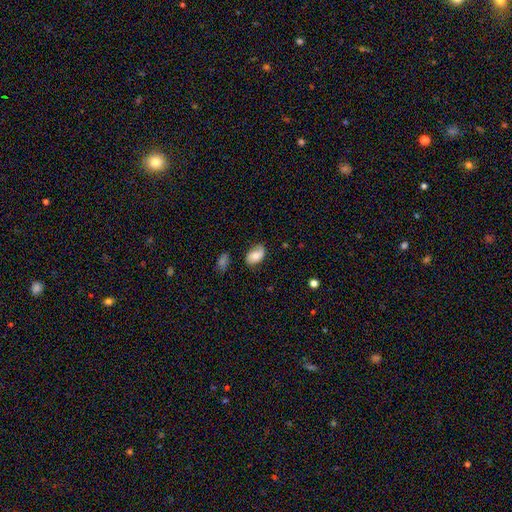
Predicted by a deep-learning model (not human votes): Overall: smooth (67%). How rounded: in between (90%). Merging: none (60%; minor disturbance 29%).